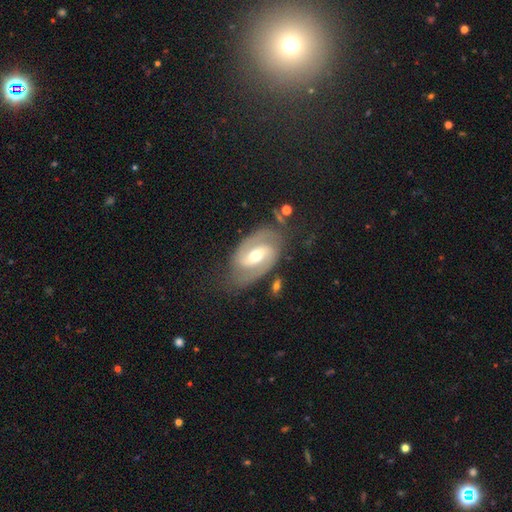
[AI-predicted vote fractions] A featured or disk galaxy (87%) with a weak bar (42%), 2 (91%) medium (51%) spiral arms (96%) and a moderate central bulge (61%). Merging: none (74%).